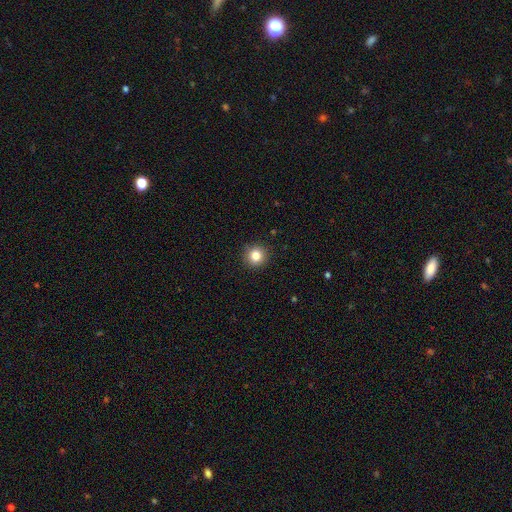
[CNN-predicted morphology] Overall: smooth (83%). How rounded: round (94%). Merging: none (92%).